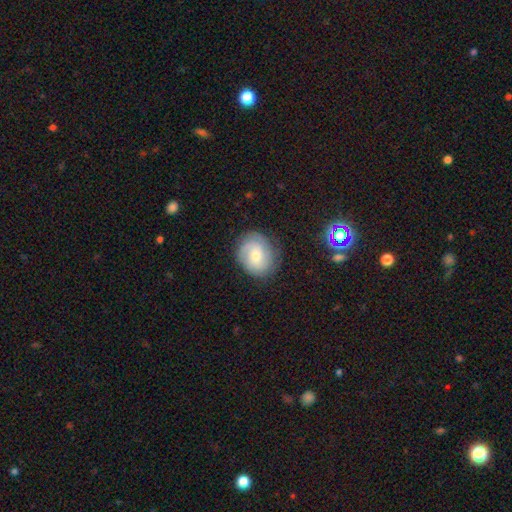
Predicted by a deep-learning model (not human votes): Q: Smooth or featured?
A: featured or disk (66%); runner-up: smooth (26%)
Q: Edge-on disk?
A: no (98%); runner-up: yes (2%)
Q: Bar?
A: no (62%); runner-up: weak (33%)
Q: Spiral arms?
A: yes (93%); runner-up: no (7%)
Q: Spiral winding?
A: tight (51%); runner-up: medium (37%)
Q: Spiral arm count?
A: 2 (34%); runner-up: 3 (27%)
Q: Bulge size?
A: small (48%); runner-up: moderate (47%)
Q: Merging?
A: none (79%); runner-up: minor disturbance (14%)